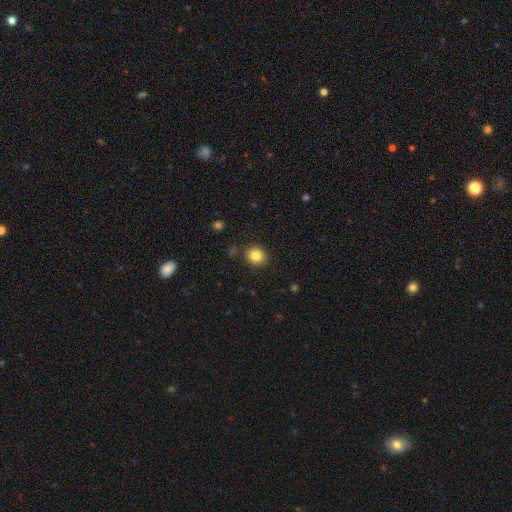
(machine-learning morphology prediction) type=smooth (83%); roundness=round (81%); merging=none (88%).